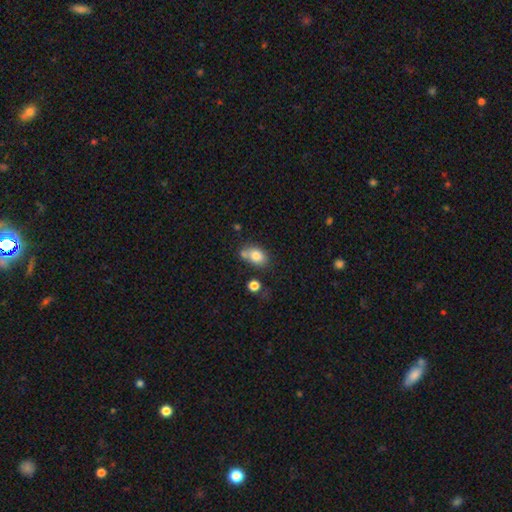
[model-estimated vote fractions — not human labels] smooth-or-featured: smooth: 79% | featured or disk: 12% | star or artifact: 9%
  how-rounded: in between: 76% | round: 22% | cigar-shaped: 2%
  merging: none: 52% | merger: 25% | minor disturbance: 17% | major disturbance: 5%